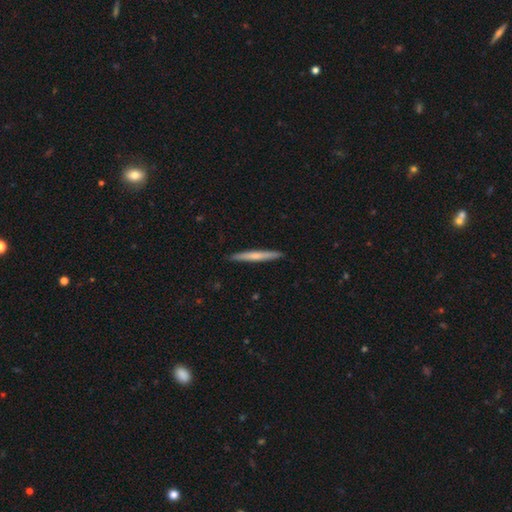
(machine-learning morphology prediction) smooth 58%, featured or disk 37%, star or artifact 5%. Down the decision tree: how rounded — cigar-shaped (96%); merging — none (91%).